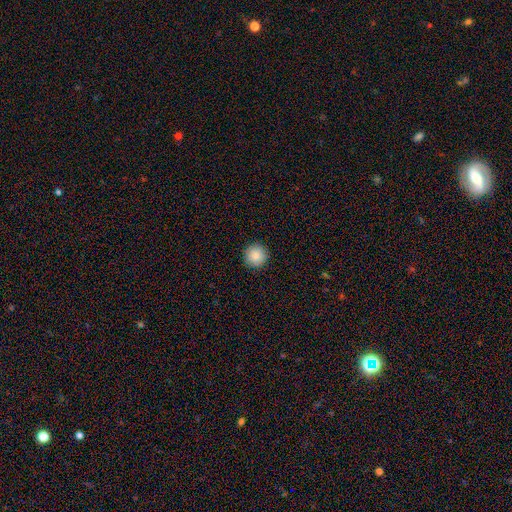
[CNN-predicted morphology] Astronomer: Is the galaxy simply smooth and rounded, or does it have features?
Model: smooth — 87%.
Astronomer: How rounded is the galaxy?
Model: round — 96%.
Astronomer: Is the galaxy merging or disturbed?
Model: none — 93%.